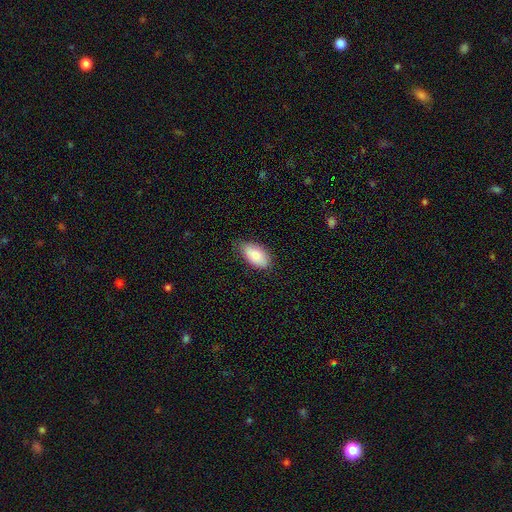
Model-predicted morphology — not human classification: Q: Smooth or featured?
A: smooth (82%); runner-up: featured or disk (11%)
Q: How rounded?
A: in between (95%); runner-up: round (3%)
Q: Merging?
A: none (76%); runner-up: minor disturbance (20%)